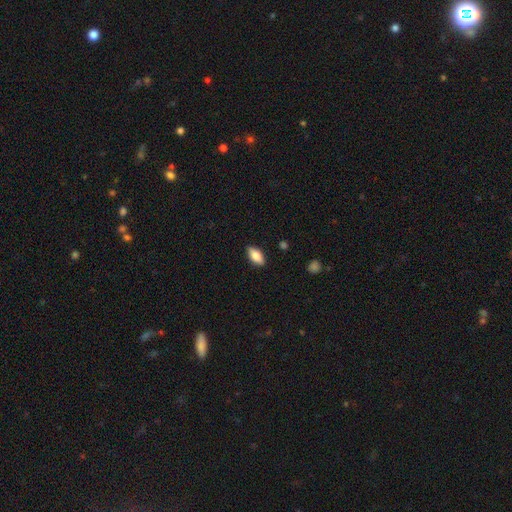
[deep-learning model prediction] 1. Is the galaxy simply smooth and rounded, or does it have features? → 78% smooth, 16% featured or disk, 7% star or artifact.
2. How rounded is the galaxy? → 87% in between, 10% cigar-shaped, 3% round.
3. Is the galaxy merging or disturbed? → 87% none, 10% minor disturbance, 2% major disturbance, 1% merger.